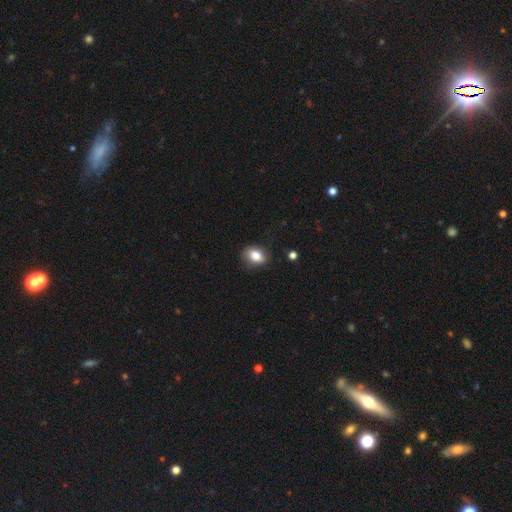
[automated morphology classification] Smooth or featured? smooth (83%)
How rounded? in between (78%)
Merging? none (77%)